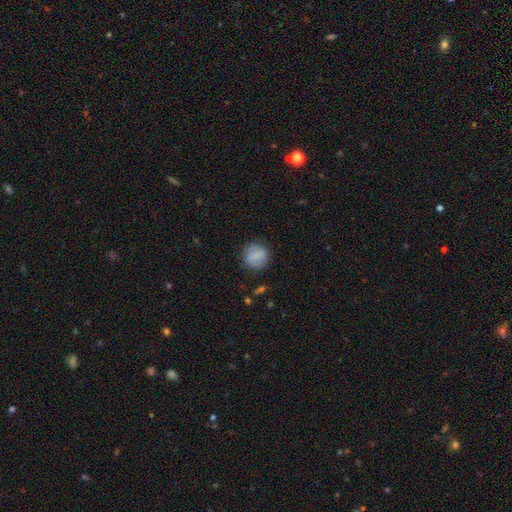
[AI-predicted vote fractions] smooth_or_featured: smooth (p=0.77) [alt: featured or disk p=0.15]
how_rounded: round (p=0.85) [alt: in between p=0.14]
merging: none (p=0.80) [alt: minor disturbance p=0.14]